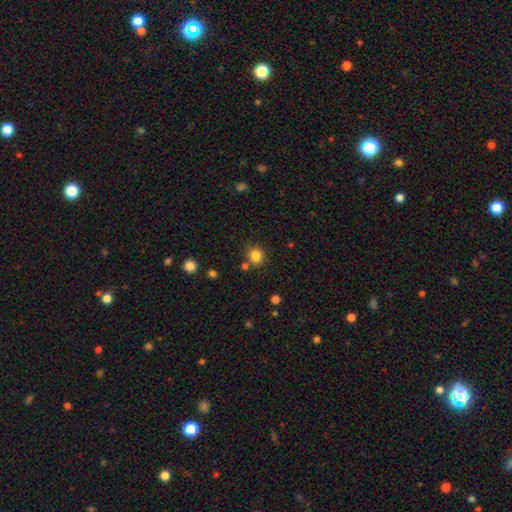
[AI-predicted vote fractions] Smooth or featured: smooth — 84% (star or artifact — 12%)
How rounded: round — 77% (in between — 22%)
Merging: none — 78% (minor disturbance — 11%)